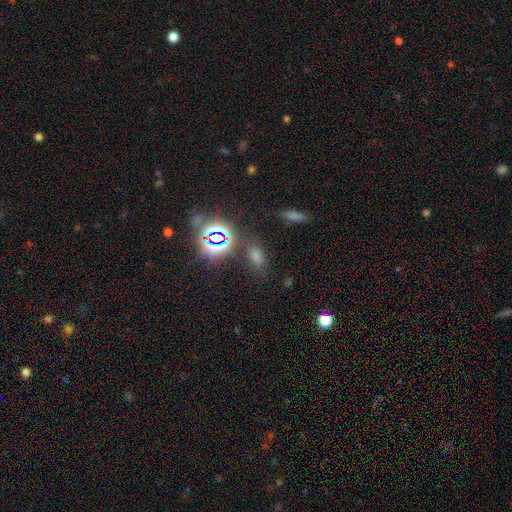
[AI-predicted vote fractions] Smooth or featured? Predicted: smooth (p=0.47). Merging? Predicted: none (p=0.76).